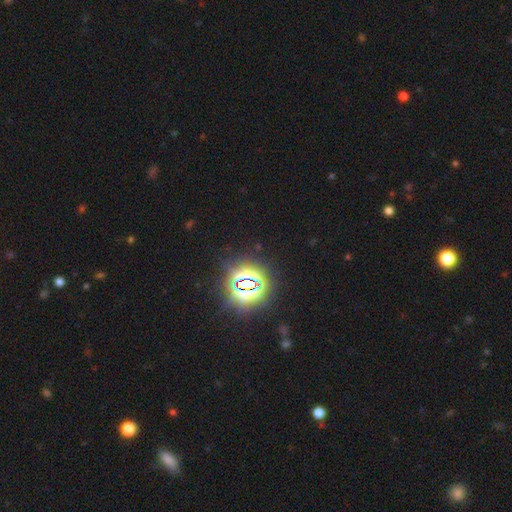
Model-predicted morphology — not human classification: Smooth or featured? Predicted: star or artifact (p=0.85).